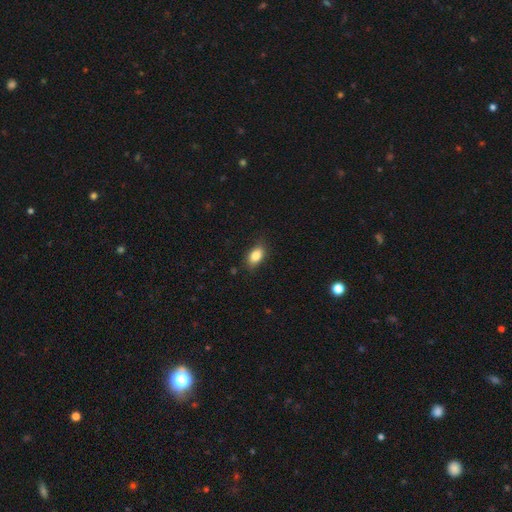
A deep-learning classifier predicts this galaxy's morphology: Smooth or featured? Predicted: smooth (p=0.85). How rounded? Predicted: in between (p=0.88). Merging? Predicted: none (p=0.82).